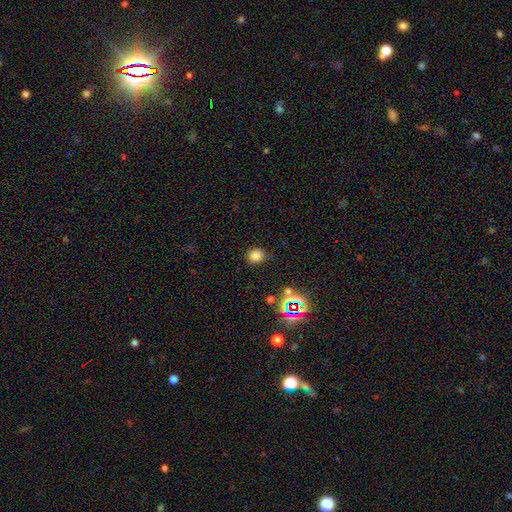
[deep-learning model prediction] Q: Smooth or featured?
A: smooth (77%); runner-up: star or artifact (18%)
Q: How rounded?
A: round (78%); runner-up: in between (21%)
Q: Merging?
A: none (78%); runner-up: minor disturbance (15%)